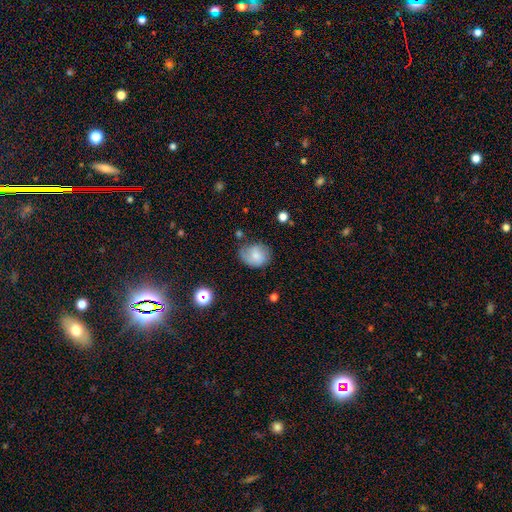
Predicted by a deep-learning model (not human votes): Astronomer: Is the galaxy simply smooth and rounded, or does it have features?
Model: smooth — 68%.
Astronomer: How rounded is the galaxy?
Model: round — 51% (runner-up: in between, 48%).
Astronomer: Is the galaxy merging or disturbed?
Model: none — 55% (runner-up: minor disturbance, 31%).